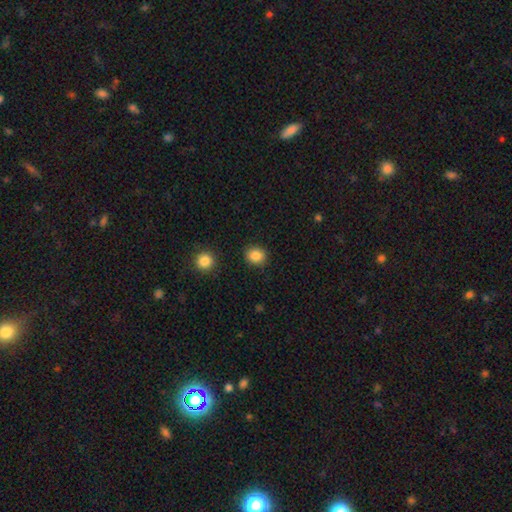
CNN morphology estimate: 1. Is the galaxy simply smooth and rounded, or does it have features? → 86% smooth, 10% star or artifact, 4% featured or disk.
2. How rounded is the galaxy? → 77% round, 22% in between, 1% cigar-shaped.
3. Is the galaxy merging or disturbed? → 88% none, 8% minor disturbance, 2% major disturbance, 2% merger.